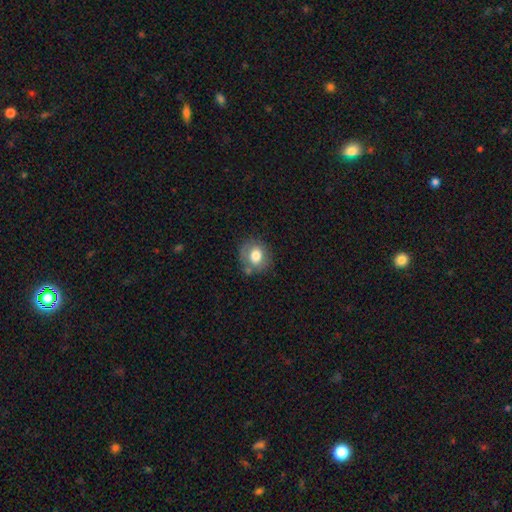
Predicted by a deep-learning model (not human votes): Morphology: type=smooth (75%); roundness=round (76%); merging=none (70%).